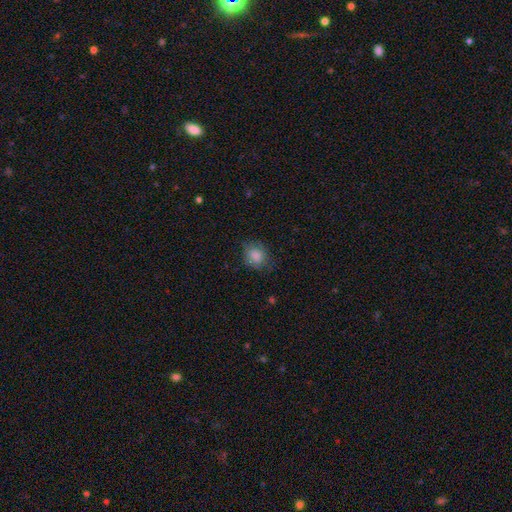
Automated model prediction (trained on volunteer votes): Smooth or featured?
  - smooth: 84% *
  - star or artifact: 9%
  - featured or disk: 7%
How rounded?
  - round: 67% *
  - in between: 32%
  - cigar-shaped: 1%
Merging?
  - none: 71% *
  - minor disturbance: 21%
  - major disturbance: 7%
  - merger: 1%